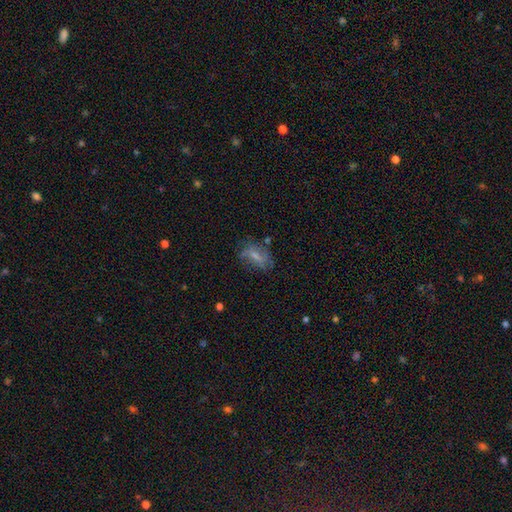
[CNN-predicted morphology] smooth-or-featured: featured or disk: 51% | smooth: 39% | star or artifact: 10%
  disk-edge-on: no: 93% | yes: 7%
  merging: none: 53% | minor disturbance: 26% | major disturbance: 18% | merger: 4%